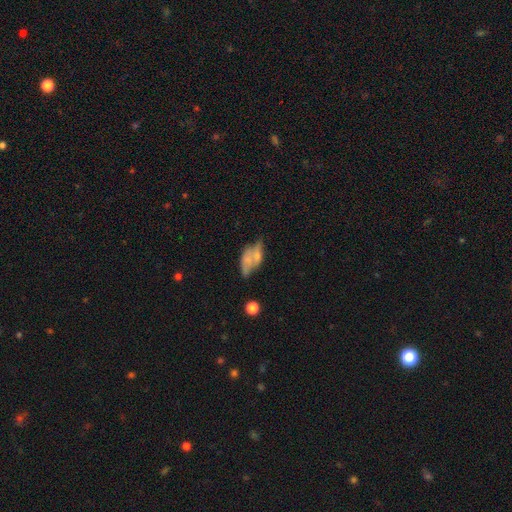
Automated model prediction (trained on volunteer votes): A featured or disk galaxy (44%). Merging: none (33%).